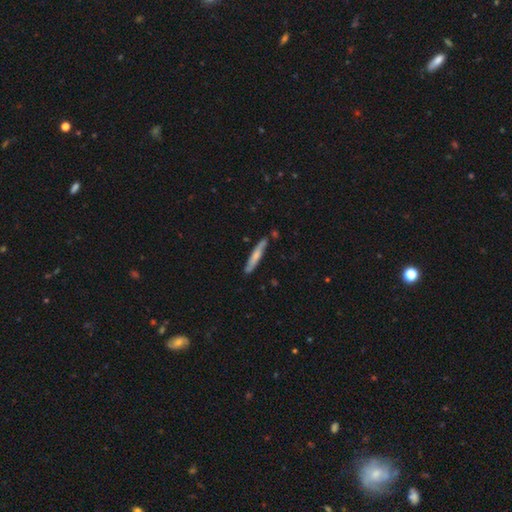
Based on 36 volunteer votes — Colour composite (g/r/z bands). It shows a smooth galaxy with no disk features (56%) that is cigar-shaped (90%). Merging: none (83%).